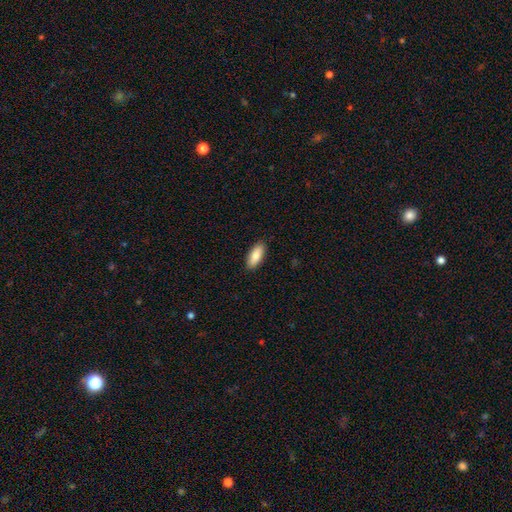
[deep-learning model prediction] Smooth or featured?
  - smooth: 84% *
  - featured or disk: 10%
  - star or artifact: 6%
How rounded?
  - in between: 79% *
  - cigar-shaped: 19%
  - round: 2%
Merging?
  - none: 90% *
  - minor disturbance: 8%
  - major disturbance: 2%
  - merger: 1%